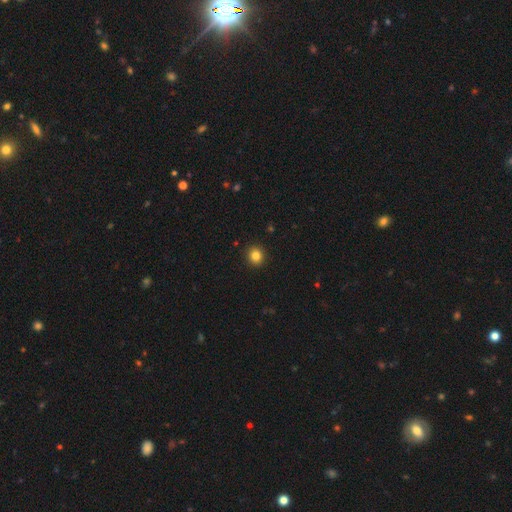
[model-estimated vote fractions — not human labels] Smooth or featured? Predicted: smooth (p=0.84). How rounded? Predicted: round (p=0.87). Merging? Predicted: none (p=0.92).